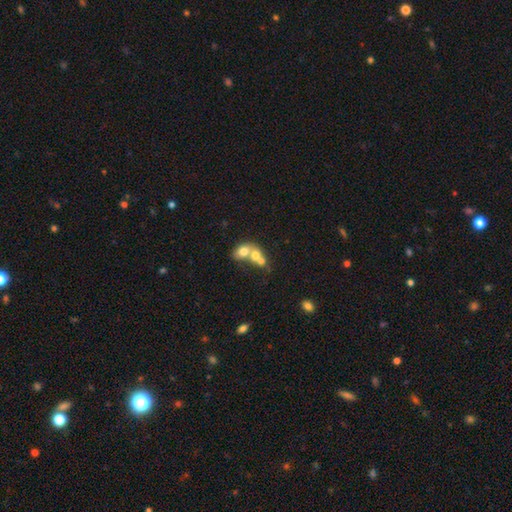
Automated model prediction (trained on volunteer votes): smooth-or-featured: smooth: 64% | featured or disk: 26% | star or artifact: 10%
  how-rounded: in between: 50% | round: 49% | cigar-shaped: 1%
  merging: merger: 74% | none: 17% | minor disturbance: 6% | major disturbance: 4%